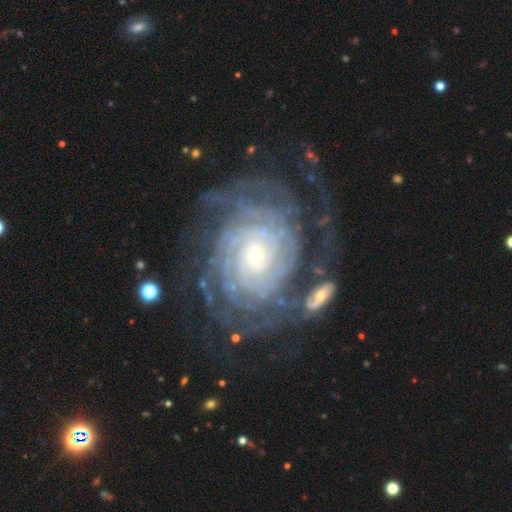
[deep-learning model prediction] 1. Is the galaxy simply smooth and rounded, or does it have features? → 91% featured or disk, 5% star or artifact, 4% smooth.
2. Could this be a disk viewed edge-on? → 97% no, 3% yes.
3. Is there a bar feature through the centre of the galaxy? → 76% no, 18% weak, 6% strong.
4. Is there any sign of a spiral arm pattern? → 98% yes, 2% no.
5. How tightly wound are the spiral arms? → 85% tight, 12% medium, 3% loose.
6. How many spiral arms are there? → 28% can't tell, 21% more than 4, 20% 4, 12% 3, 11% 2, 8% 1.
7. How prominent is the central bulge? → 76% small, 20% moderate, 2% large, 1% none, 1% dominant.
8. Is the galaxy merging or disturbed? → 63% none, 18% minor disturbance, 13% major disturbance, 7% merger.